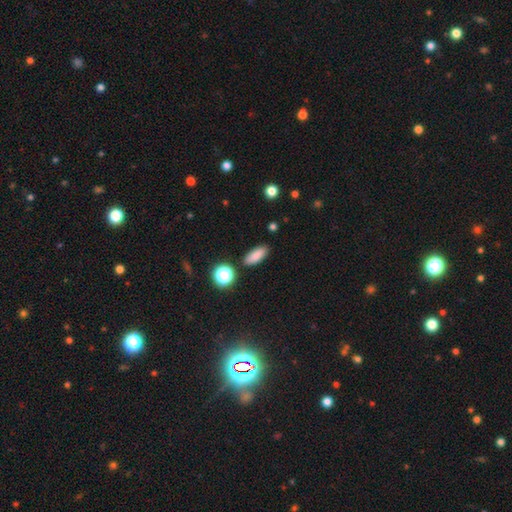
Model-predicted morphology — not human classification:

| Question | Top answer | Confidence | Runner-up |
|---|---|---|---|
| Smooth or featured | smooth | 84% | star or artifact (10%) |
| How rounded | in between | 76% | cigar-shaped (18%) |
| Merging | none | 86% | minor disturbance (9%) |